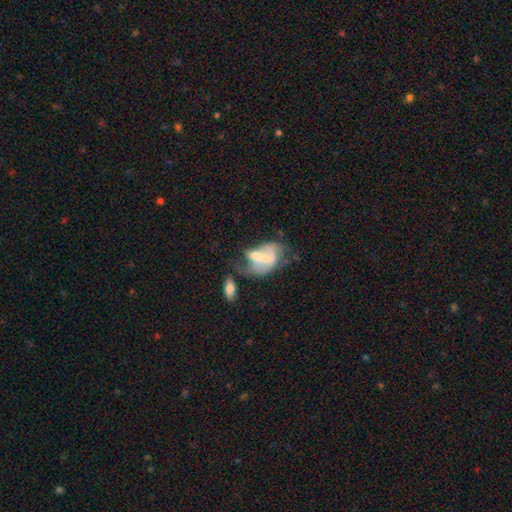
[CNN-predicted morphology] featured or disk 53%, smooth 39%, star or artifact 8%. Down the decision tree: edge-on disk — no (96%); bar — no (66%); spiral arms — no (54%); bulge size — small (42%); merging — merger (52%).